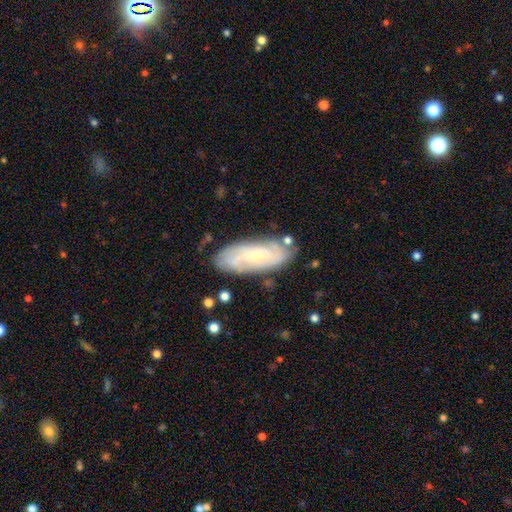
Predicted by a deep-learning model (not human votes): Smooth or featured? Predicted: featured or disk (p=0.65). Edge-on disk? Predicted: no (p=0.88). Bar? Predicted: no (p=0.67). Spiral arms? Predicted: yes (p=0.86). Bulge size? Predicted: small (p=0.73). Merging? Predicted: none (p=0.77).